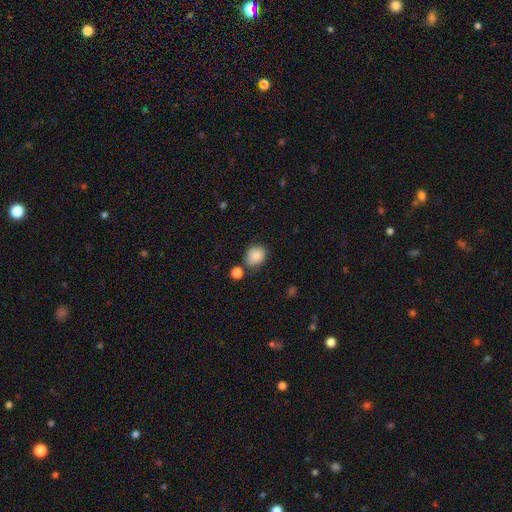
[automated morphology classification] type=smooth (86%); roundness=round (62%); merging=none (69%).